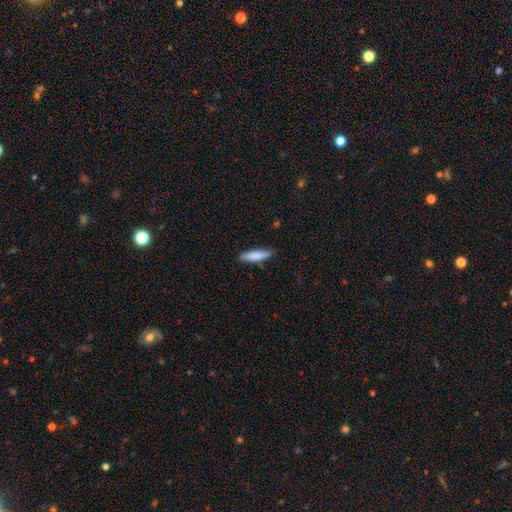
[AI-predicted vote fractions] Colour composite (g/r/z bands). It shows a smooth galaxy with no disk features (81%) that is cigar-shaped (81%). Merging: none (87%).